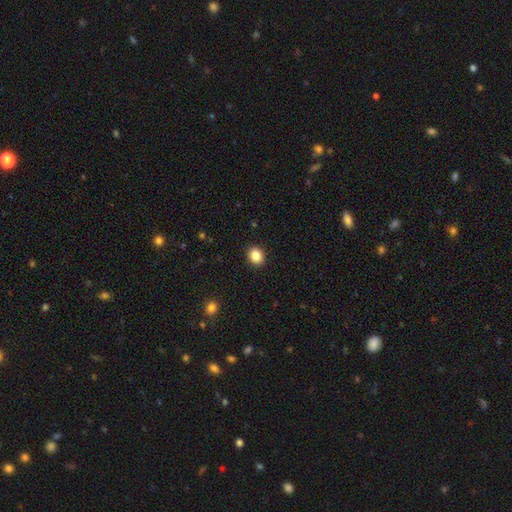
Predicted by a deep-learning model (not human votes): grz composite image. It shows a smooth galaxy with no disk features (86%) that is round (57%). Merging: none (91%).